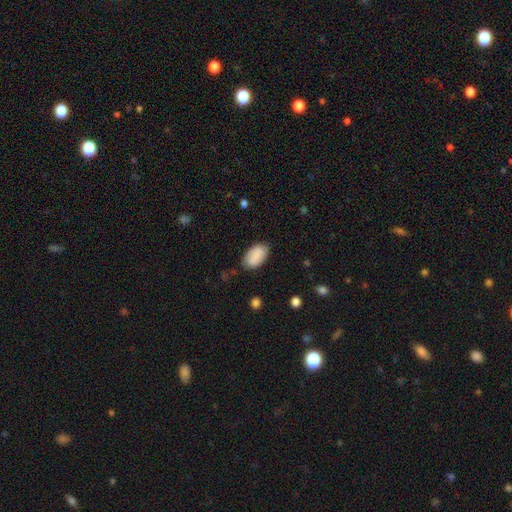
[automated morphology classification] smooth-or-featured: smooth: 87% | featured or disk: 7% | star or artifact: 6%
  how-rounded: in between: 95% | round: 4% | cigar-shaped: 2%
  merging: none: 78% | minor disturbance: 17% | major disturbance: 4% | merger: 2%